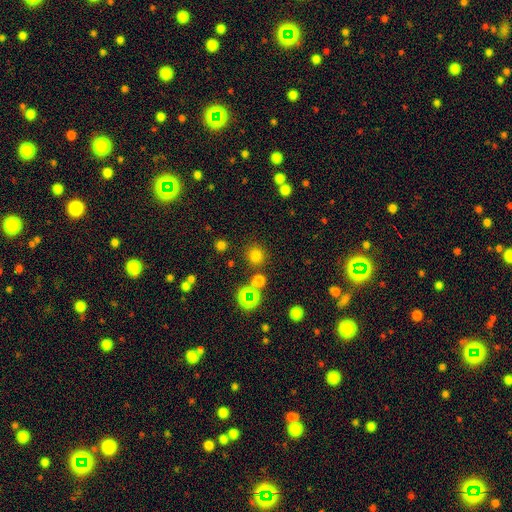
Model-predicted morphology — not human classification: A smooth galaxy with no disk features (72%) that is round (93%). Merging: none (82%).